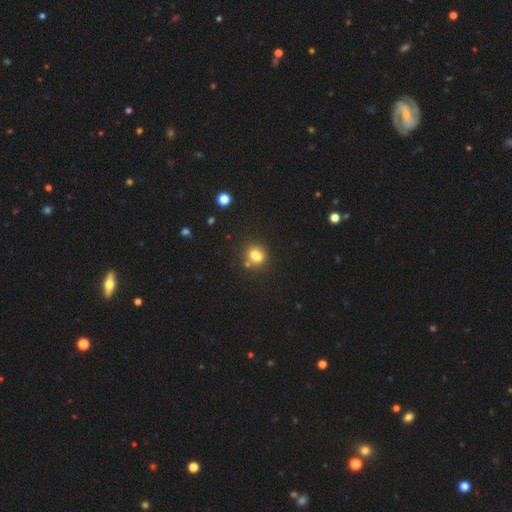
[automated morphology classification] smooth 69%, featured or disk 17%, star or artifact 14%. Down the decision tree: how rounded — round (73%); merging — none (43%, tied with merger).